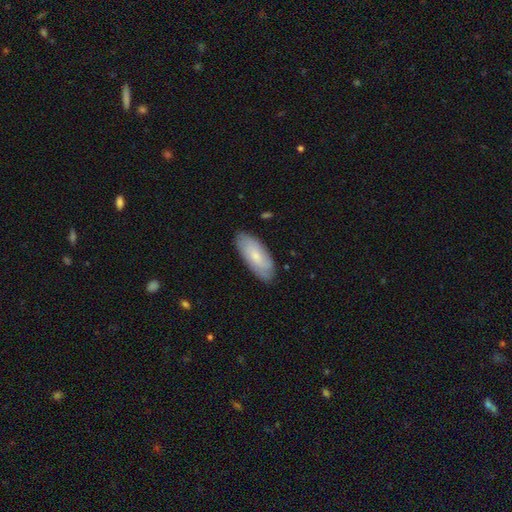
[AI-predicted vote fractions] smooth-or-featured: smooth: 62% | featured or disk: 32% | star or artifact: 6%
  how-rounded: in between: 80% | cigar-shaped: 18% | round: 2%
  merging: none: 84% | minor disturbance: 13% | major disturbance: 2% | merger: 1%